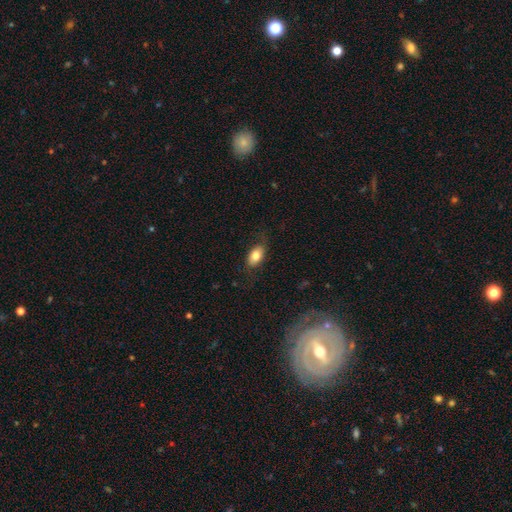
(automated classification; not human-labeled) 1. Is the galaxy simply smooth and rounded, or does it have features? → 79% smooth, 14% featured or disk, 7% star or artifact.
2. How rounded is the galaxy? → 89% in between, 8% round, 3% cigar-shaped.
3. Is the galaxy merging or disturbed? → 74% none, 17% minor disturbance, 7% major disturbance, 1% merger.